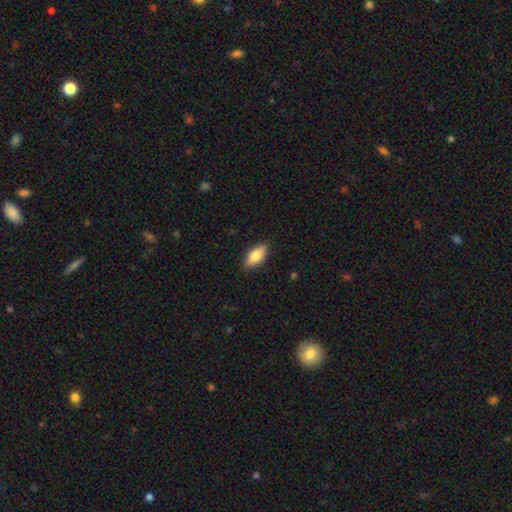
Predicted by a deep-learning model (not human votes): Smooth or featured? Predicted: smooth (p=0.76). How rounded? Predicted: in between (p=0.84). Merging? Predicted: none (p=0.87).